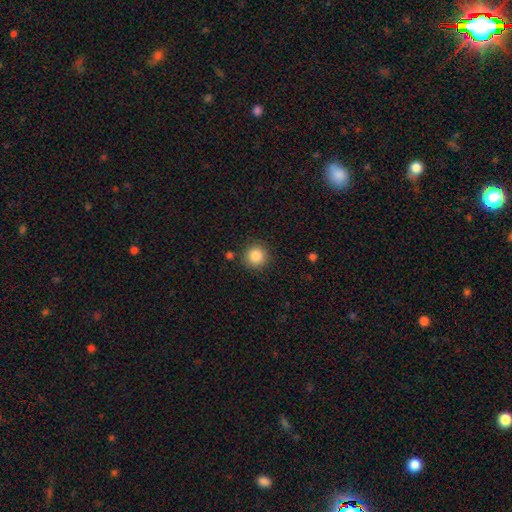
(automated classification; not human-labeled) Morphology: type=smooth (86%); roundness=round (94%); merging=none (88%).